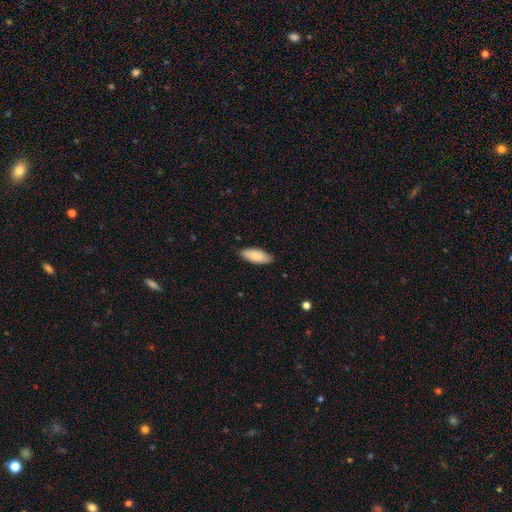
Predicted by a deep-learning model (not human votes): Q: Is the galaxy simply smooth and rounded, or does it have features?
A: smooth — 86%.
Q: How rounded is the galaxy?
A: in between — 78%.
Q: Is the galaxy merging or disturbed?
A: none — 86%.